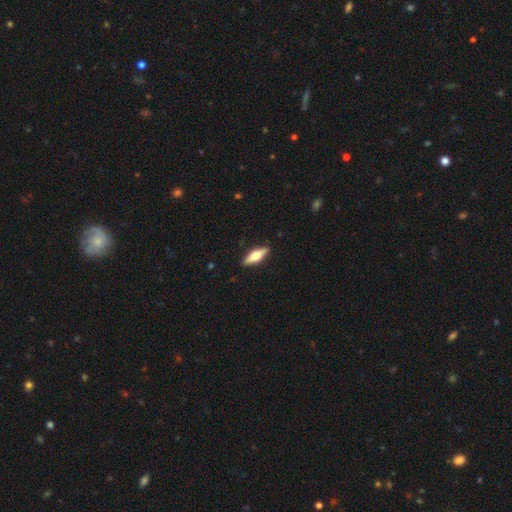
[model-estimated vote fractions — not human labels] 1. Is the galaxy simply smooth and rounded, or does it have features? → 53% featured or disk, 41% smooth, 6% star or artifact.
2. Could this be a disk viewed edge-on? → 94% yes, 6% no.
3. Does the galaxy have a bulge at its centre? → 94% rounded, 4% boxy, 2% none.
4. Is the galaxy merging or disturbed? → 90% none, 7% minor disturbance, 2% major disturbance, 1% merger.